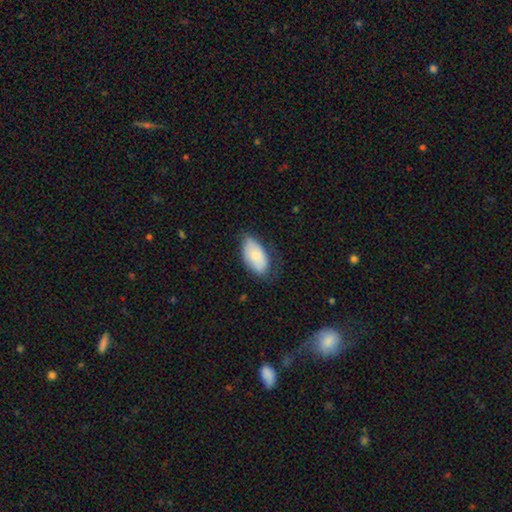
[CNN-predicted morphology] A smooth galaxy with no disk features (77%) that is in between round and cigar-shaped (94%).

Vote fractions:
- Smooth or featured? smooth: 77% / featured or disk: 17% / star or artifact: 6%
- How rounded? in between: 94% / round: 4% / cigar-shaped: 2%
- Merging? none: 58% / minor disturbance: 32% / major disturbance: 9% / merger: 1%